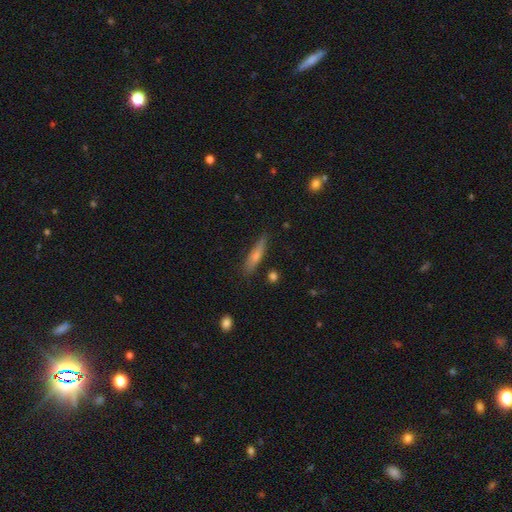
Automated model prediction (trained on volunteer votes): Smooth or featured?
  - smooth: 56% *
  - featured or disk: 36%
  - star or artifact: 8%
How rounded?
  - cigar-shaped: 87% *
  - in between: 11%
  - round: 2%
Merging?
  - none: 84% *
  - minor disturbance: 12%
  - major disturbance: 2%
  - merger: 2%